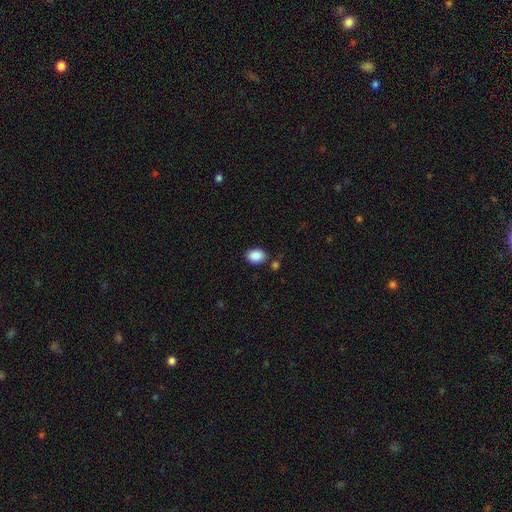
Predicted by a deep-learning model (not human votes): Smooth or featured? Predicted: smooth (p=0.89). How rounded? Predicted: in between (p=0.66). Merging? Predicted: none (p=0.80).